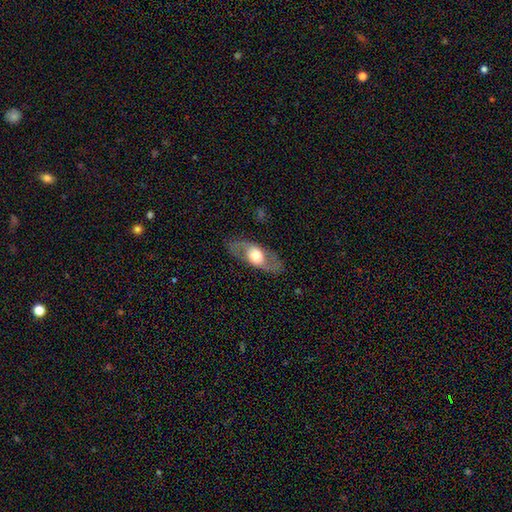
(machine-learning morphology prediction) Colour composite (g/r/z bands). It shows a featured or disk galaxy (66%) with no bar (75%), spiral arms (55%) and a moderate central bulge (49%). Merging: none (83%).